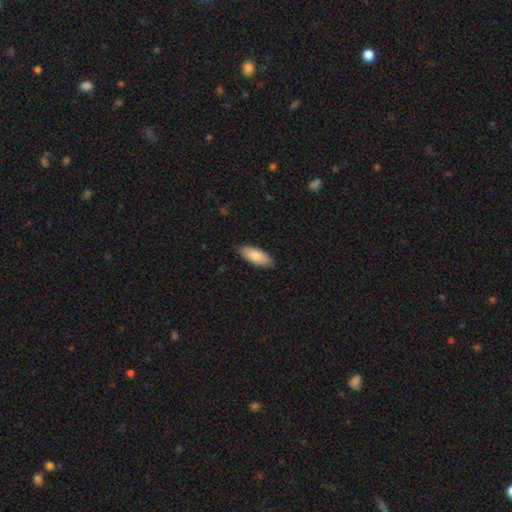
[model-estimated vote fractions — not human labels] Smooth or featured? smooth (85%)
How rounded? in between (77%)
Merging? none (88%)